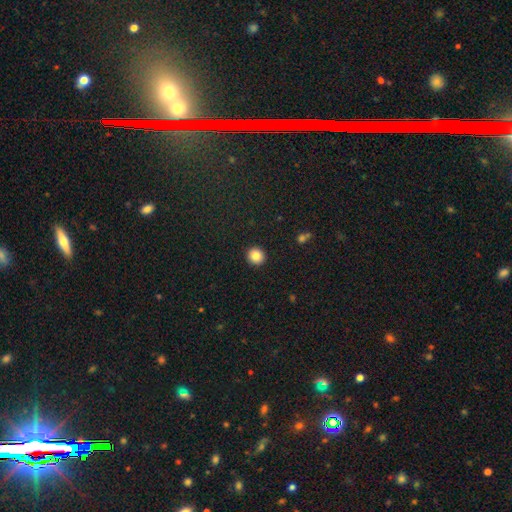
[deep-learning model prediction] Smooth or featured?
  - smooth: 86% *
  - star or artifact: 10%
  - featured or disk: 4%
How rounded?
  - round: 91% *
  - in between: 8%
  - cigar-shaped: 1%
Merging?
  - none: 93% *
  - minor disturbance: 4%
  - major disturbance: 2%
  - merger: 1%